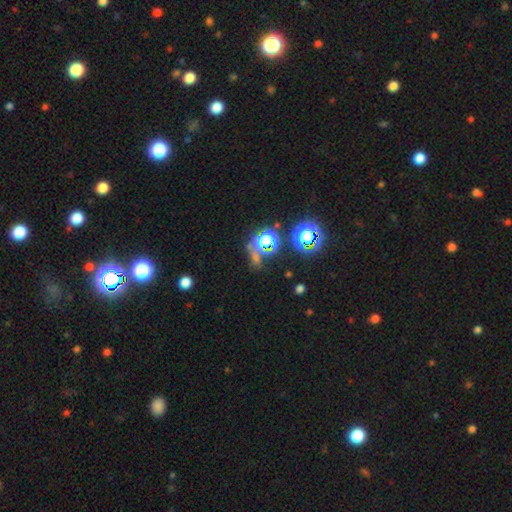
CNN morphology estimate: Q: Smooth or featured?
A: star or artifact (64%); runner-up: smooth (26%)